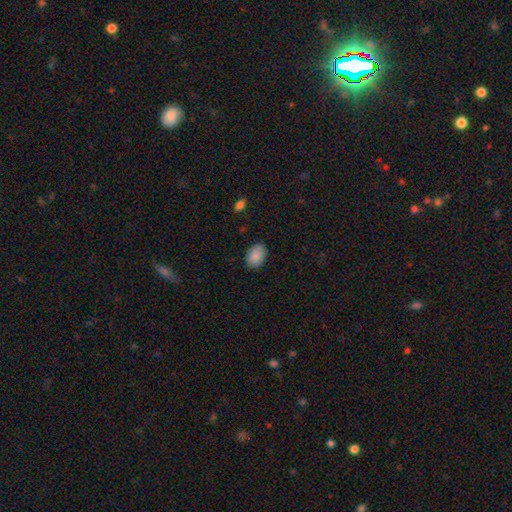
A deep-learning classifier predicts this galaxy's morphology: smooth_or_featured: smooth (p=0.89) [alt: star or artifact p=0.07]
how_rounded: in between (p=0.83) [alt: round p=0.16]
merging: none (p=0.84) [alt: minor disturbance p=0.13]